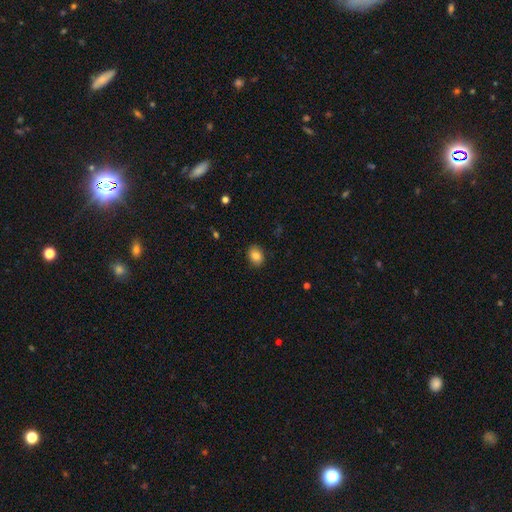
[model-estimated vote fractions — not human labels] The model was most divided on "how rounded": in between: 64%, round: 35%, cigar-shaped: 1%. More confident: merging — none (88%); smooth or featured — smooth (86%).